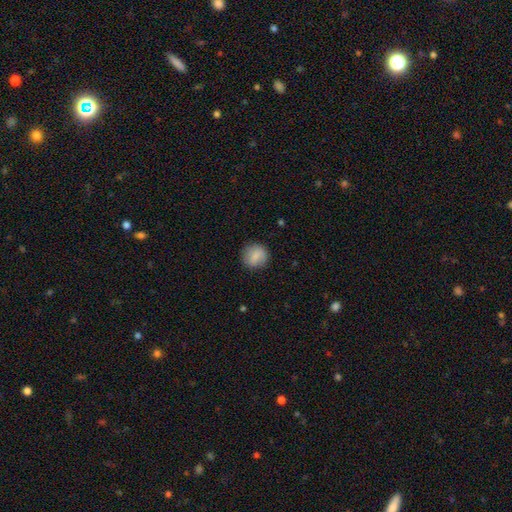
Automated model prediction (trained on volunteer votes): Smooth or featured? smooth (80%)
How rounded? round (87%)
Merging? none (82%)